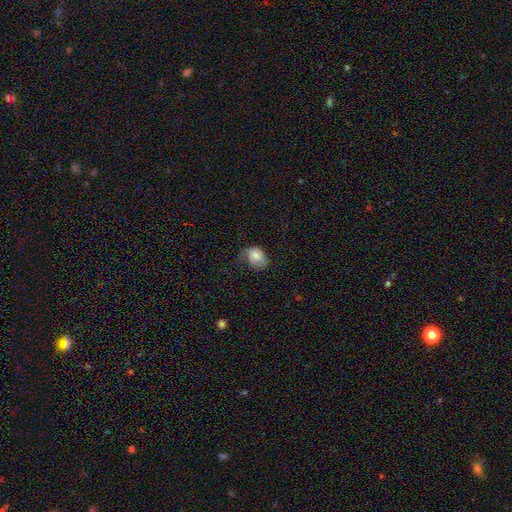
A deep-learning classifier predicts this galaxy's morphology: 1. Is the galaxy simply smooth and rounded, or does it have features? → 75% smooth, 17% featured or disk, 8% star or artifact.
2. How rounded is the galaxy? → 69% in between, 30% round, 1% cigar-shaped.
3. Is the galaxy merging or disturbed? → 34% minor disturbance, 33% none, 31% major disturbance, 2% merger.